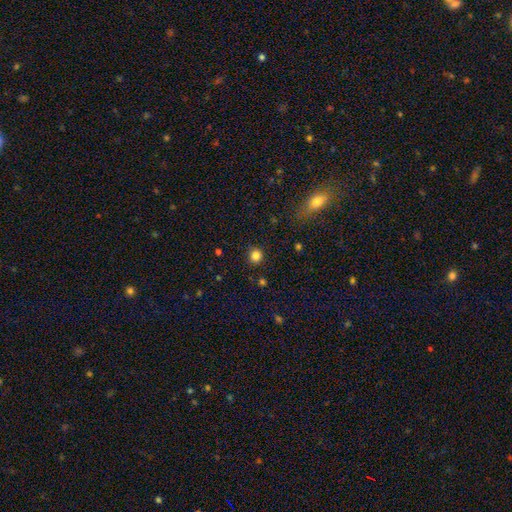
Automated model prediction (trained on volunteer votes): smooth_or_featured: smooth (p=0.84) [alt: star or artifact p=0.13]
how_rounded: round (p=0.90) [alt: in between p=0.09]
merging: none (p=0.89) [alt: minor disturbance p=0.07]